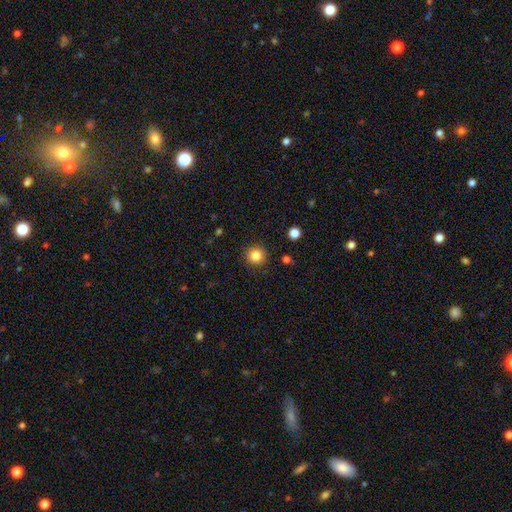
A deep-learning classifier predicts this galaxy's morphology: smooth-or-featured: smooth: 84% | star or artifact: 11% | featured or disk: 5%
  how-rounded: round: 94% | in between: 5% | cigar-shaped: 1%
  merging: none: 91% | minor disturbance: 6% | major disturbance: 2% | merger: 1%